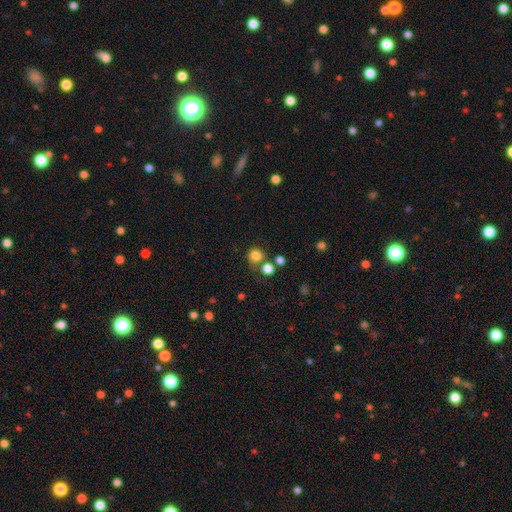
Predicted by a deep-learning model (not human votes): A smooth galaxy with no disk features (81%) that is round (89%). Merging: none (66%).